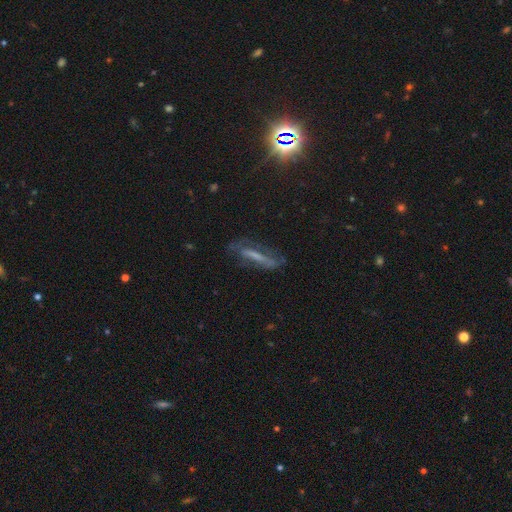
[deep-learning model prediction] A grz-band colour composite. It shows a featured or disk galaxy (55%). Merging: none (62%).